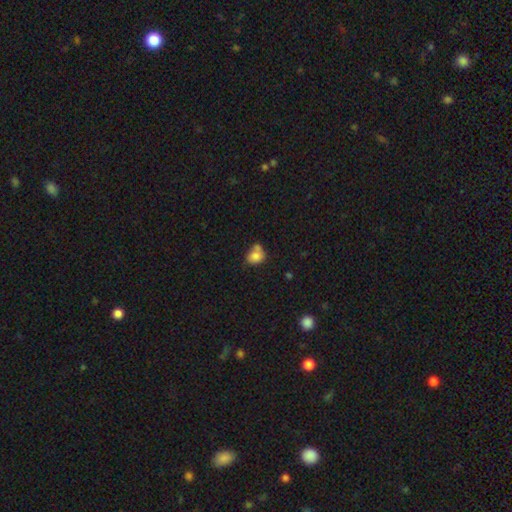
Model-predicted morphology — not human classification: Smooth or featured? smooth (80%)
How rounded? in between (50%)
Merging? merger (39%)